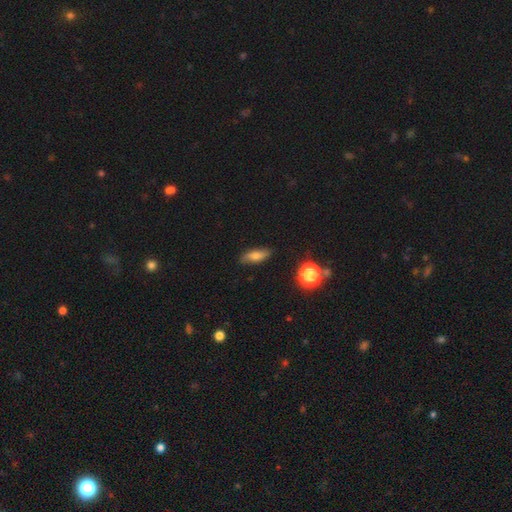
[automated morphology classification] Smooth or featured? Predicted: smooth (p=0.64). How rounded? Predicted: in between (p=0.60). Merging? Predicted: none (p=0.82).